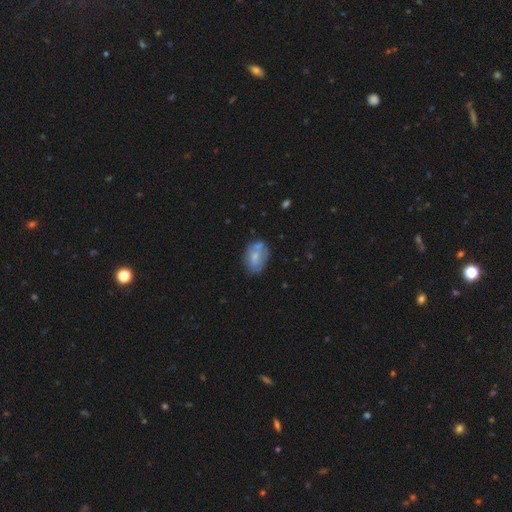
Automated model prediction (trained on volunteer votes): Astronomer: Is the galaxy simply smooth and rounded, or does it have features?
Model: smooth — 55% (runner-up: featured or disk, 37%).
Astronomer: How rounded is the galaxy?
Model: in between — 82%.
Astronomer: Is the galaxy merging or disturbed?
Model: none — 56%.